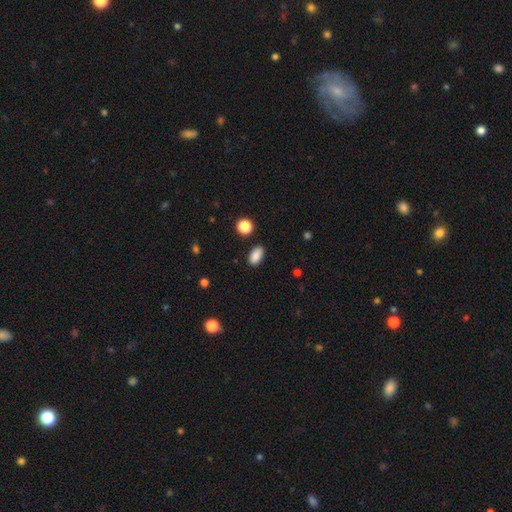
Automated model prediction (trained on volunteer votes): The model was most divided on "merging": none: 85%, minor disturbance: 11%, major disturbance: 2%, merger: 2%. More confident: how rounded — in between (91%); smooth or featured — smooth (87%).